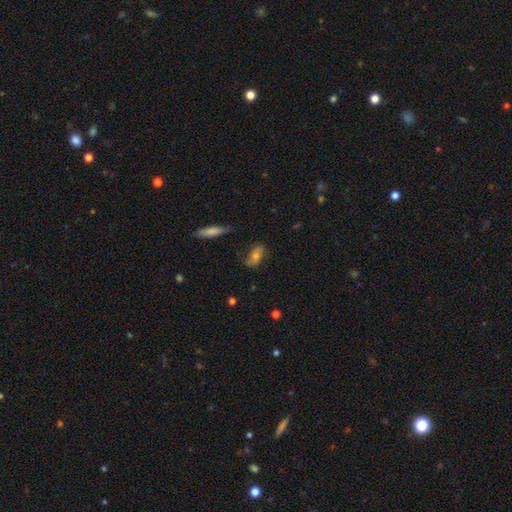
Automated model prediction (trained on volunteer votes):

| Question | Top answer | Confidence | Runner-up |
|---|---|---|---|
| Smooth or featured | smooth | 51% | featured or disk (38%) |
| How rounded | in between | 81% | cigar-shaped (12%) |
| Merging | none | 73% | minor disturbance (20%) |